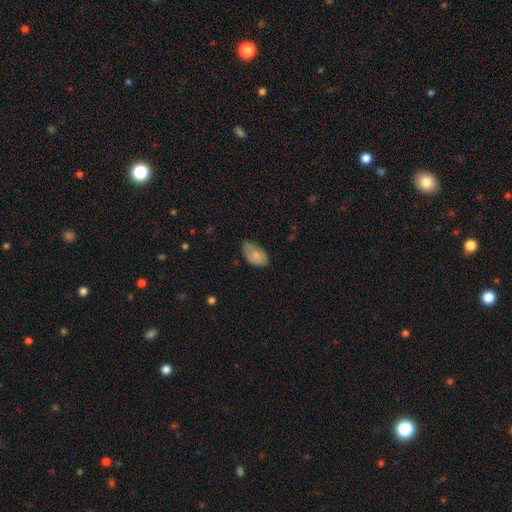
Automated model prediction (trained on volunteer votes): Morphology: type=smooth (80%); roundness=in between (93%); merging=none (58%).